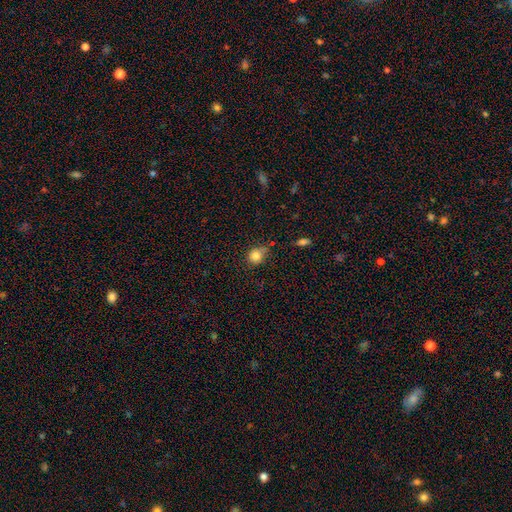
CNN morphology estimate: A smooth galaxy with no disk features (83%) that is round (78%). Merging: none (56%).